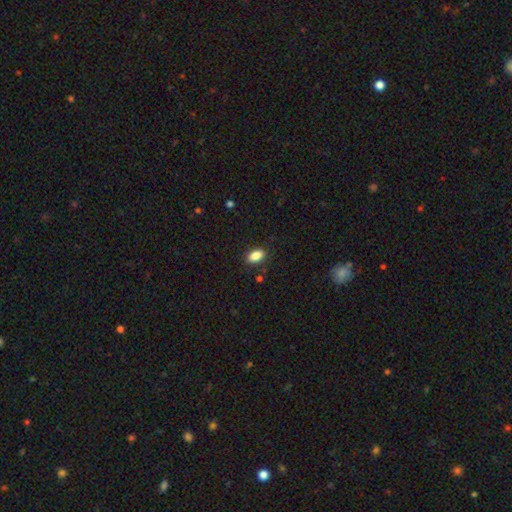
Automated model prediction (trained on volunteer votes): This is clearly a smooth galaxy (87%). How rounded: clearly in between (90%). Merging: clearly none (86%).